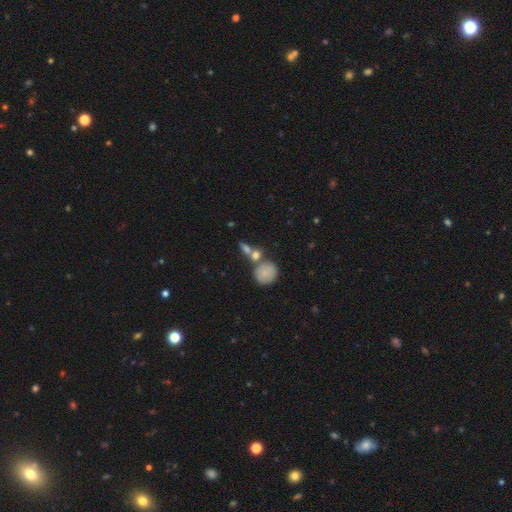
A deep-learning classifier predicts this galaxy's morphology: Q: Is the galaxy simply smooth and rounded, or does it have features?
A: smooth — 66%.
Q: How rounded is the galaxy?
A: round — 71%.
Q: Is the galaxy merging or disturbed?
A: none — 58%.